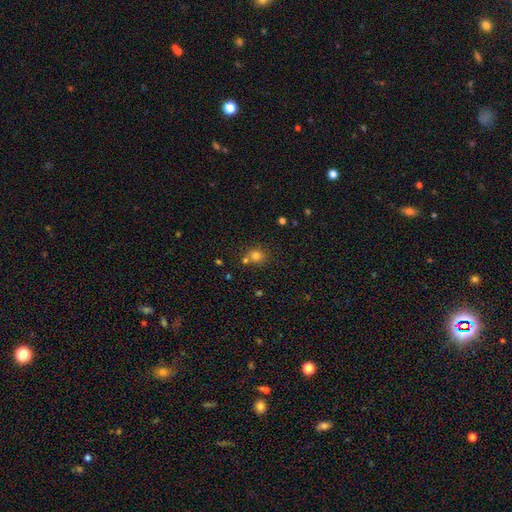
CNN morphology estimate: The model was most divided on "merging": none: 61%, merger: 25%, minor disturbance: 11%, major disturbance: 4%. More confident: how rounded — round (80%); smooth or featured — smooth (76%).